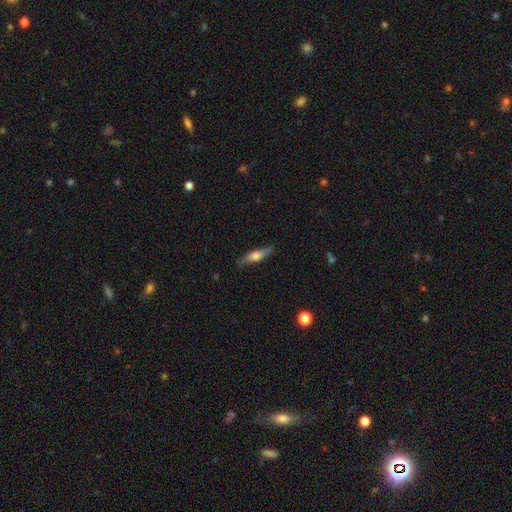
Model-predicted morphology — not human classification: smooth 52%, featured or disk 42%, star or artifact 6%. Down the decision tree: how rounded — cigar-shaped (64%); merging — none (81%).